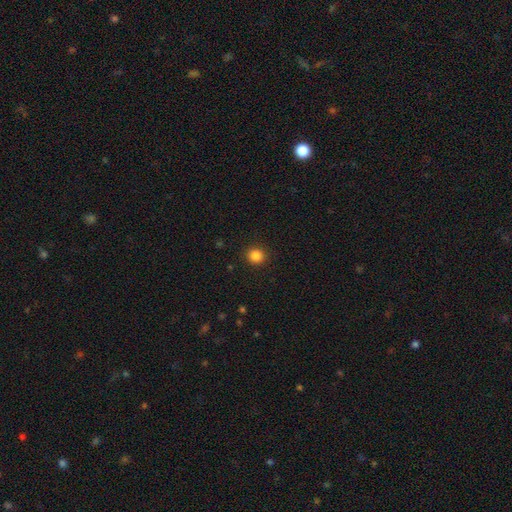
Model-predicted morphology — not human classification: This appears to be a smooth galaxy with no disk features (85%) that is round (89%). Merging: none (92%).